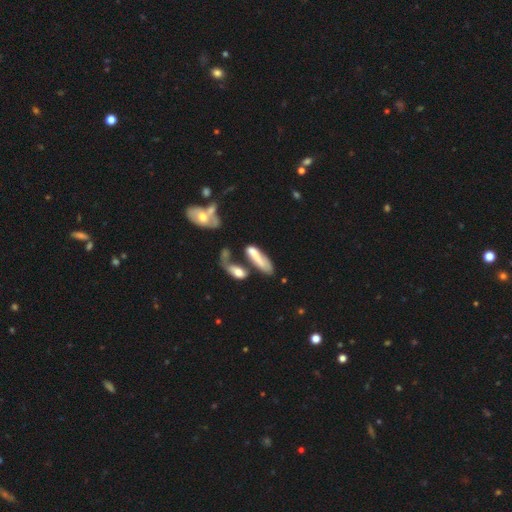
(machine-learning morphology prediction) Overall: smooth (63%; featured or disk 28%). How rounded: cigar-shaped (54%; in between 42%). Merging: merger (33%; none 26%).